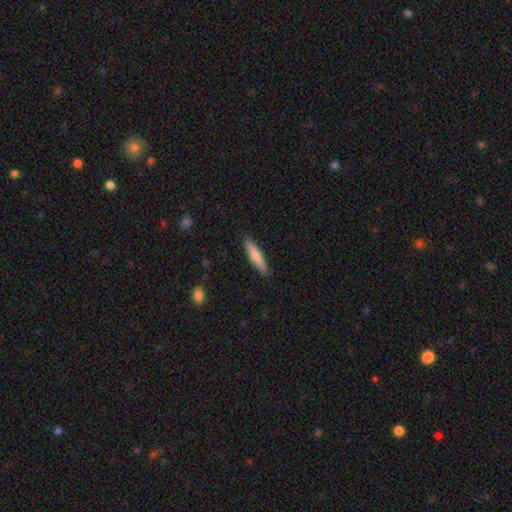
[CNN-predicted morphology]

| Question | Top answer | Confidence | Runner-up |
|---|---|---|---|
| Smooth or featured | smooth | 73% | featured or disk (21%) |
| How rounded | cigar-shaped | 85% | in between (14%) |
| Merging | none | 89% | minor disturbance (8%) |